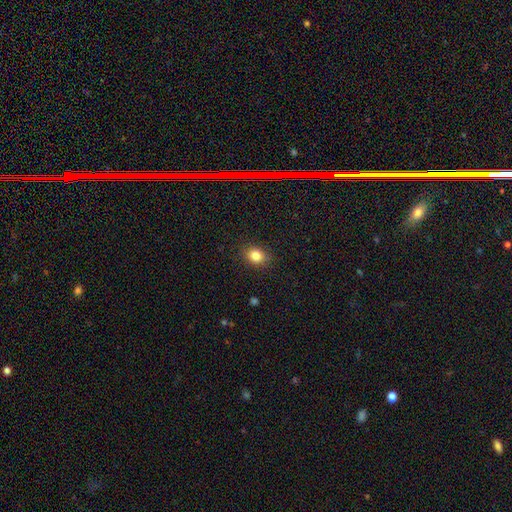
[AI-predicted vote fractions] Smooth or featured?
  - smooth: 83% *
  - star or artifact: 11%
  - featured or disk: 6%
How rounded?
  - round: 55% *
  - in between: 44%
  - cigar-shaped: 1%
Merging?
  - none: 87% *
  - minor disturbance: 9%
  - major disturbance: 3%
  - merger: 1%